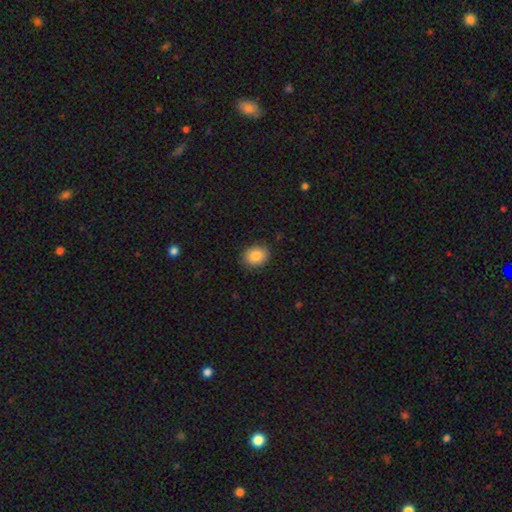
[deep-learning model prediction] Overall: smooth (85%). How rounded: round (53%; in between 46%). Merging: none (88%).